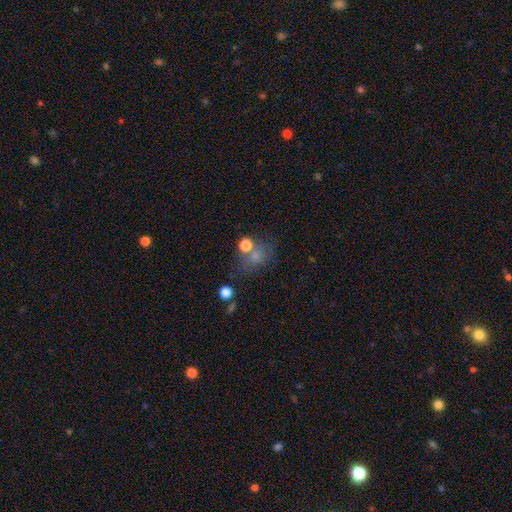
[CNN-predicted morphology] type=smooth (49%); merging=none (53%).